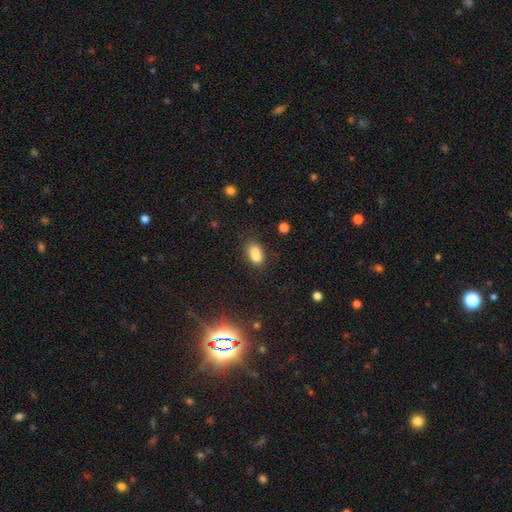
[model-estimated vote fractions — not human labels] A smooth galaxy with no disk features (73%) that is in between round and cigar-shaped (74%). Merging: merger (47%).